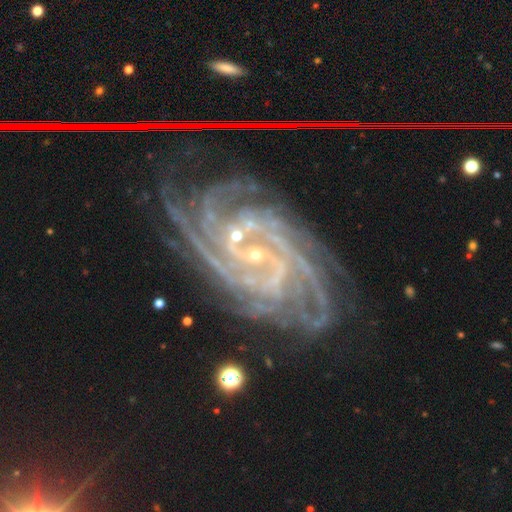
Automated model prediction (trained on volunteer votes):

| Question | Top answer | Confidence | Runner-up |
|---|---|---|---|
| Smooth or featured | featured or disk | 90% | star or artifact (7%) |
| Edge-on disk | no | 97% | yes (3%) |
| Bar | no | 46% | weak (34%) |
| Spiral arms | yes | 99% | no (1%) |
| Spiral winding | tight | 74% | medium (22%) |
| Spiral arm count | more than 4 | 28% | 4 (26%) |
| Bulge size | small | 82% | moderate (12%) |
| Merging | none | 72% | minor disturbance (16%) |